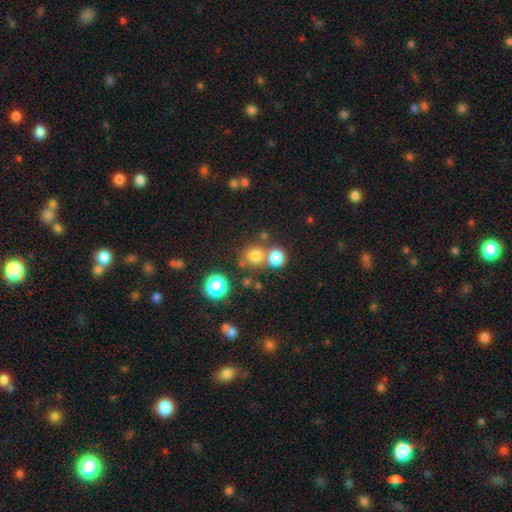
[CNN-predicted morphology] Smooth or featured: smooth — 74% (star or artifact — 18%)
How rounded: round — 86% (in between — 13%)
Merging: none — 57% (merger — 31%)